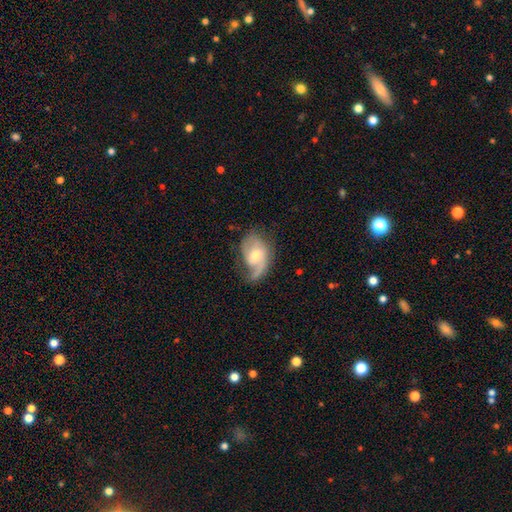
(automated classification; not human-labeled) Q: Smooth or featured?
A: featured or disk (71%); runner-up: smooth (23%)
Q: Edge-on disk?
A: no (96%); runner-up: yes (4%)
Q: Bar?
A: no (62%); runner-up: weak (32%)
Q: Spiral arms?
A: yes (89%); runner-up: no (11%)
Q: Spiral winding?
A: medium (40%); runner-up: loose (38%)
Q: Spiral arm count?
A: 2 (45%); runner-up: 1 (43%)
Q: Bulge size?
A: moderate (59%); runner-up: small (34%)
Q: Merging?
A: none (48%); runner-up: minor disturbance (28%)